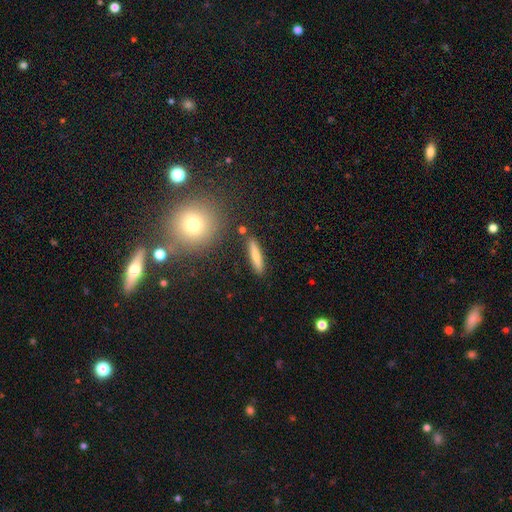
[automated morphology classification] Smooth or featured? Predicted: smooth (p=0.71). How rounded? Predicted: cigar-shaped (p=0.83). Merging? Predicted: none (p=0.86).